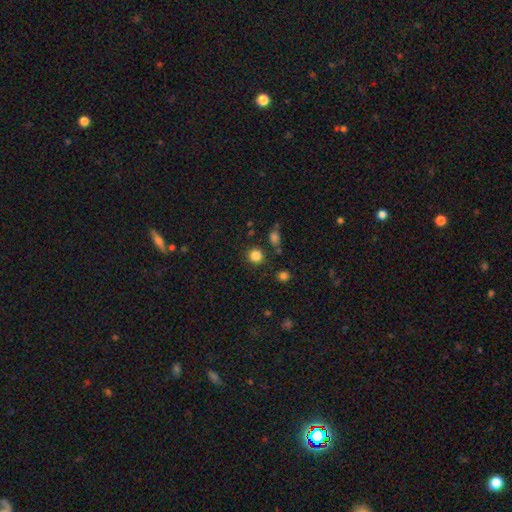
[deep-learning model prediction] A smooth galaxy with no disk features (83%) that is round (91%).

Vote fractions:
- Smooth or featured? smooth: 83% / star or artifact: 13% / featured or disk: 4%
- How rounded? round: 91% / in between: 8% / cigar-shaped: 1%
- Merging? none: 86% / minor disturbance: 7% / merger: 4% / major disturbance: 3%